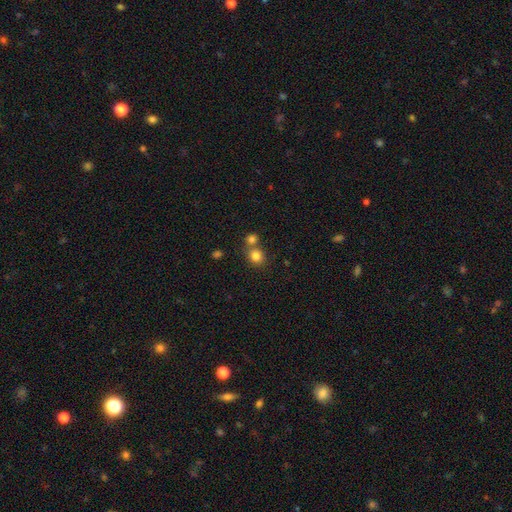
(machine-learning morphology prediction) smooth 82%, star or artifact 12%, featured or disk 6%. Down the decision tree: how rounded — round (84%); merging — none (58%).